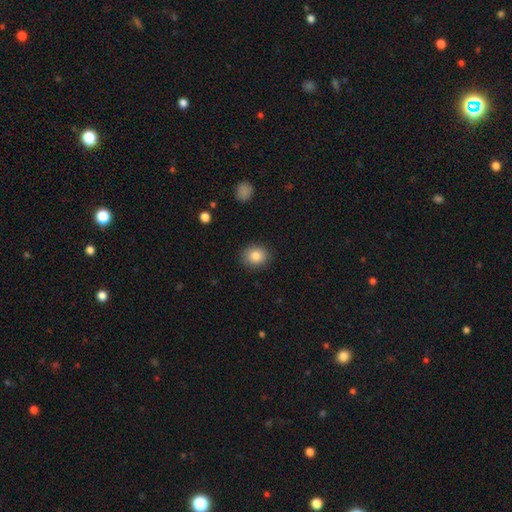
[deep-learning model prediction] A smooth galaxy with no disk features (84%) that is round (66%). Merging: none (88%).